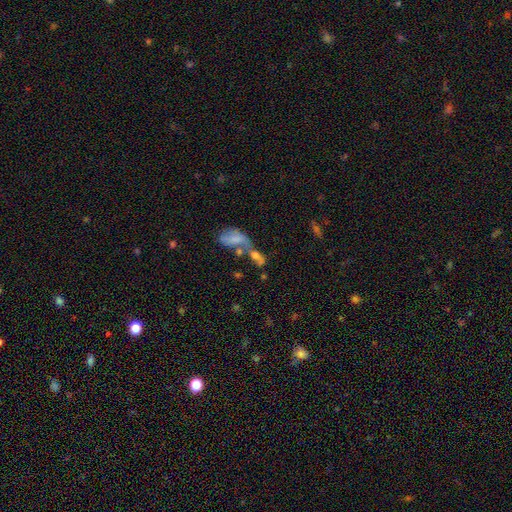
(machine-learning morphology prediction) Smooth or featured? smooth (55%)
How rounded? in between (71%)
Merging? merger (61%)